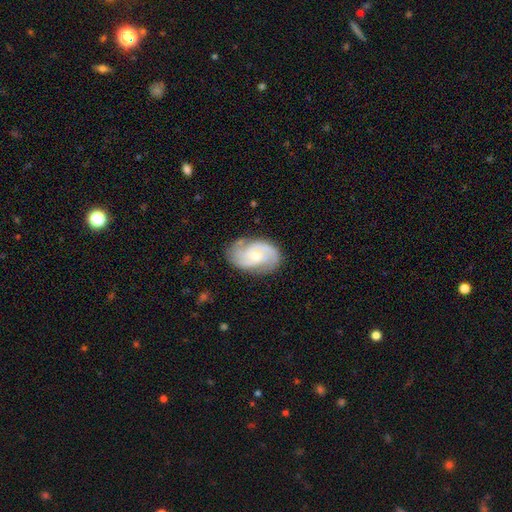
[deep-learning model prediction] Smooth or featured? featured or disk (81%)
Edge-on disk? no (97%)
Bar? no (56%)
Spiral arms? yes (96%)
Spiral winding? medium (48%)
Spiral arm count? 2 (63%)
Bulge size? small (56%)
Merging? none (76%)